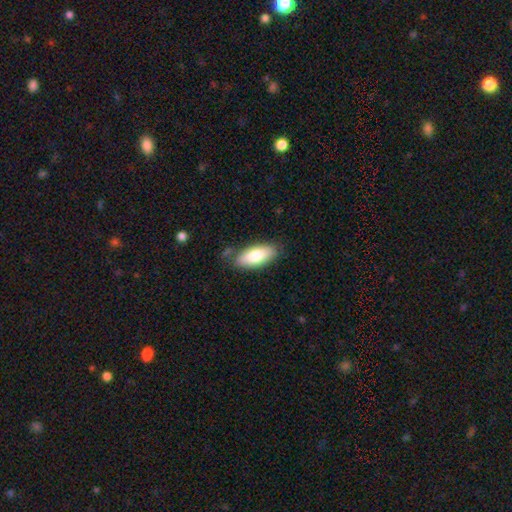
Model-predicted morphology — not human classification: Smooth or featured?
  - smooth: 78% *
  - featured or disk: 16%
  - star or artifact: 6%
How rounded?
  - in between: 81% *
  - cigar-shaped: 17%
  - round: 2%
Merging?
  - none: 79% *
  - minor disturbance: 15%
  - major disturbance: 3%
  - merger: 3%